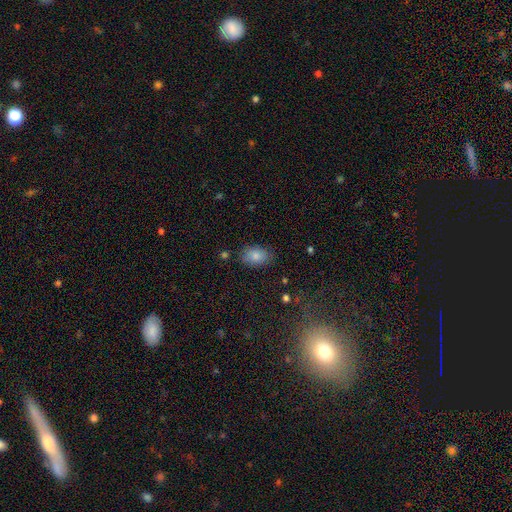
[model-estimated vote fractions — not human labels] smooth_or_featured: smooth (p=0.84) [alt: star or artifact p=0.08]
how_rounded: in between (p=0.87) [alt: round p=0.12]
merging: none (p=0.83) [alt: minor disturbance p=0.12]